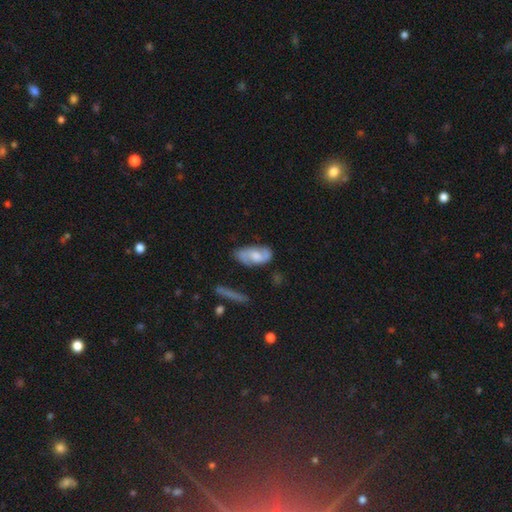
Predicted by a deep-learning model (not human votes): Smooth or featured?
  - featured or disk: 62% *
  - smooth: 31%
  - star or artifact: 6%
Edge-on disk?
  - no: 94% *
  - yes: 6%
Bar?
  - no: 55% *
  - weak: 38%
  - strong: 7%
Spiral arms?
  - yes: 92% *
  - no: 8%
Spiral winding?
  - medium: 46% *
  - loose: 32%
  - tight: 21%
Spiral arm count?
  - 2: 85% *
  - can't tell: 8%
  - 1: 3%
  - 3: 2%
  - 4: 1%
  - more than 4: 1%
Bulge size?
  - moderate: 41% *
  - small: 20%
  - large: 19%
  - none: 18%
  - dominant: 2%
Merging?
  - none: 70% *
  - minor disturbance: 21%
  - major disturbance: 6%
  - merger: 3%